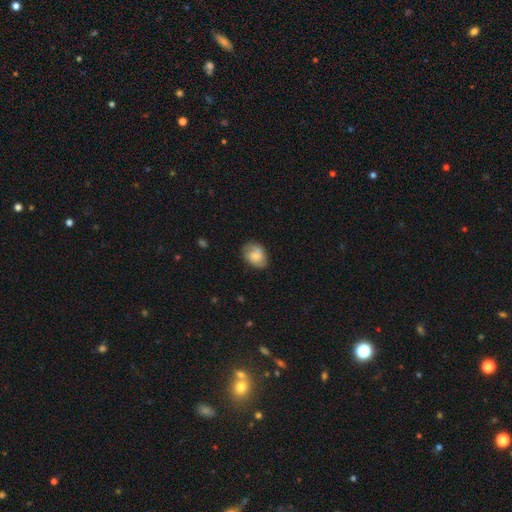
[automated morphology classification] type=smooth (52%); roundness=in between (67%); merging=none (71%).